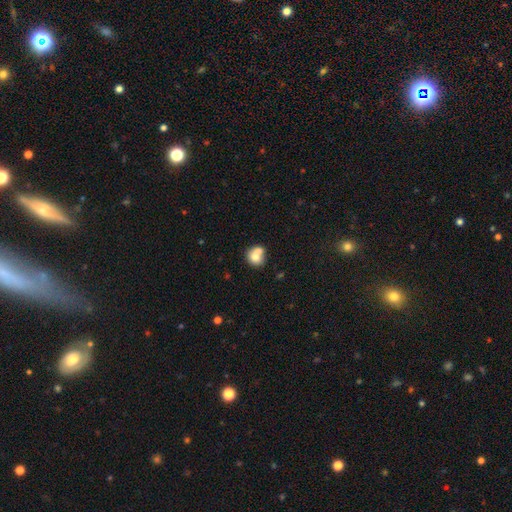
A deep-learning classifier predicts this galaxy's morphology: The model was most divided on "merging": merger: 50%, none: 34%, minor disturbance: 11%, major disturbance: 5%. More confident: how rounded — round (75%); smooth or featured — smooth (73%).